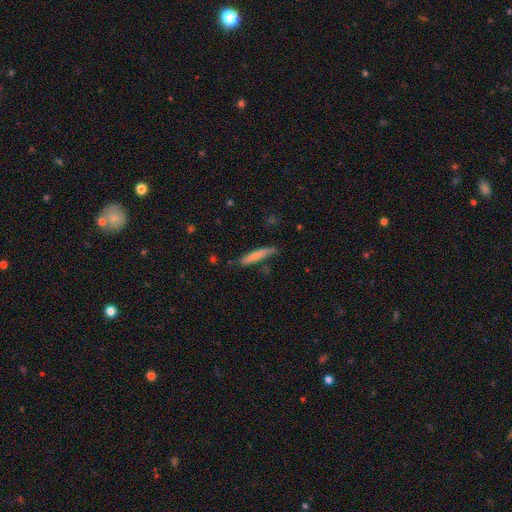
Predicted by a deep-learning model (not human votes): Q: Smooth or featured?
A: smooth (70%); runner-up: featured or disk (24%)
Q: How rounded?
A: cigar-shaped (91%); runner-up: in between (8%)
Q: Merging?
A: none (73%); runner-up: minor disturbance (19%)